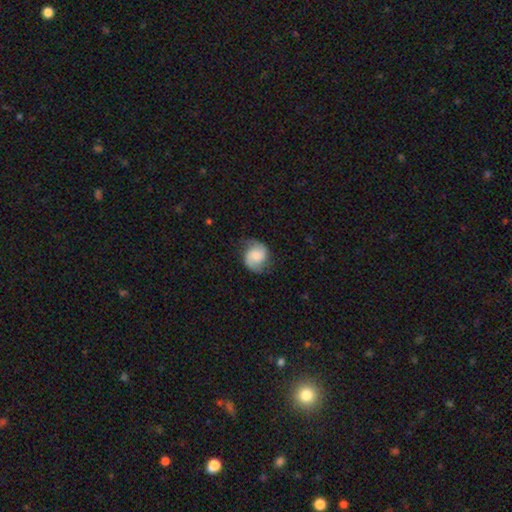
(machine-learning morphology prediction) The model was most divided on "bulge size": moderate: 29%, small: 26%, none: 24%, large: 16%, dominant: 4%. Remaining: edge-on disk — no (98%); spiral arms — yes (94%); spiral arm count — 2 (89%); merging — none (73%); smooth or featured — featured or disk (59%); bar — no (58%); spiral winding — medium (46%).